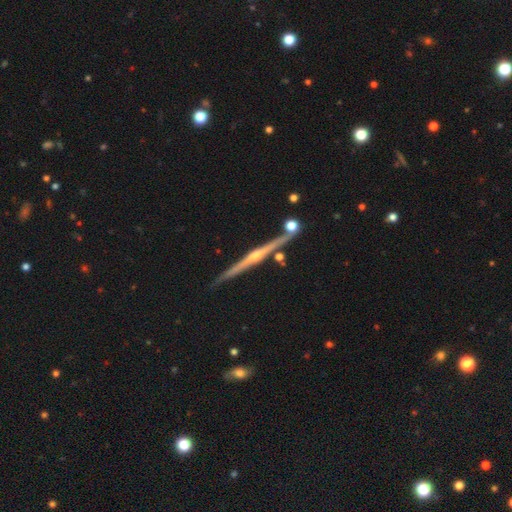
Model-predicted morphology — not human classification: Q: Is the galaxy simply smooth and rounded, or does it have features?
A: featured or disk — 86%.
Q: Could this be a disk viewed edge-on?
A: yes — 98%.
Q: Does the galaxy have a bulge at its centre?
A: rounded — 83%.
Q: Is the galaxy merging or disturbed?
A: none — 85%.